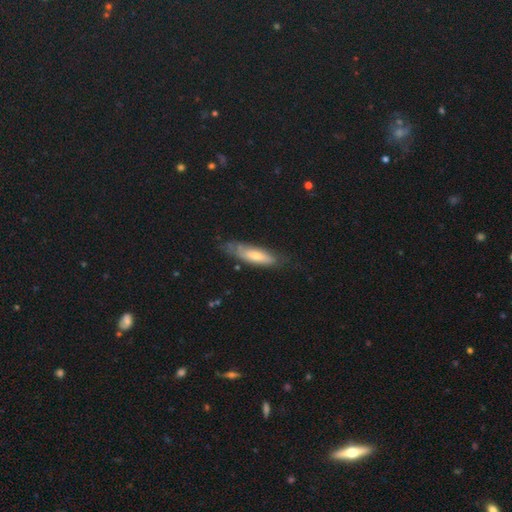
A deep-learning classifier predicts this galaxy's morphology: Q: Smooth or featured?
A: smooth (53%); runner-up: featured or disk (40%)
Q: How rounded?
A: cigar-shaped (59%); runner-up: in between (39%)
Q: Merging?
A: none (63%); runner-up: minor disturbance (27%)